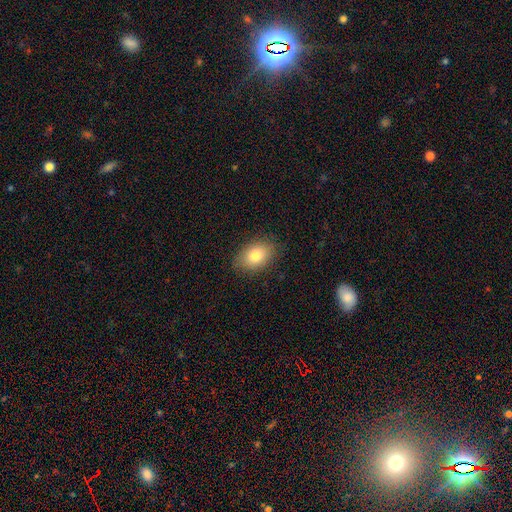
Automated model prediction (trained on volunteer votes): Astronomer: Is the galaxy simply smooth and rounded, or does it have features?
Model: smooth — 80%.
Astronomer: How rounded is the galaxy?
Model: in between — 84%.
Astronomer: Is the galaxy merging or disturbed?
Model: none — 85%.